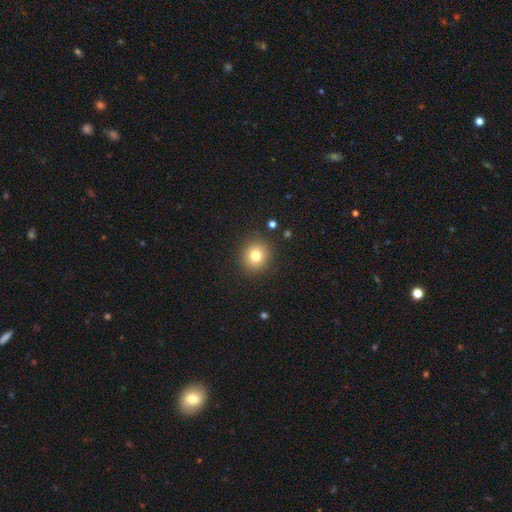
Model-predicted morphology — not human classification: Overall: smooth (79%). How rounded: round (86%). Merging: none (89%).